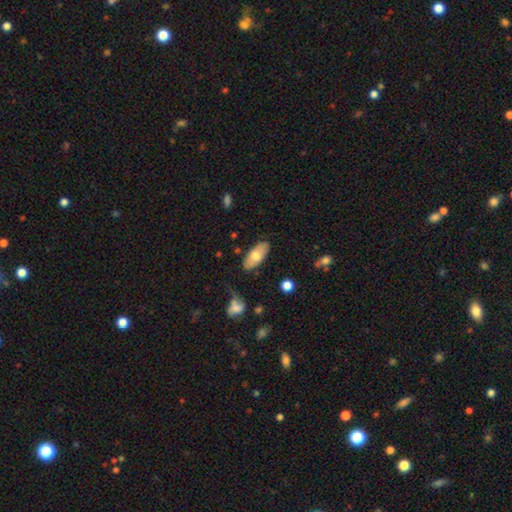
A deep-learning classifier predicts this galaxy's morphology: Q: Smooth or featured?
A: smooth (69%); runner-up: featured or disk (25%)
Q: How rounded?
A: in between (89%); runner-up: cigar-shaped (9%)
Q: Merging?
A: none (80%); runner-up: minor disturbance (14%)